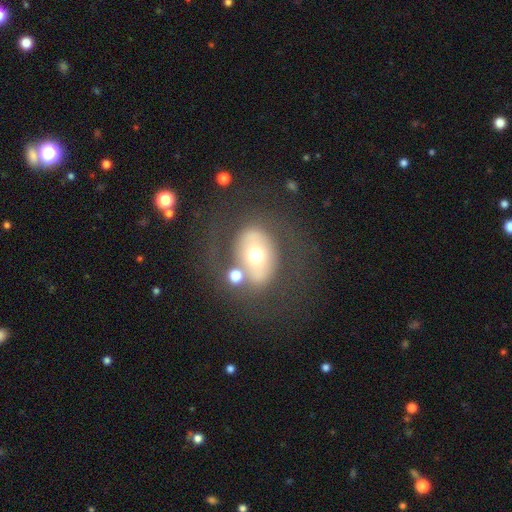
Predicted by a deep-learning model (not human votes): Overall: featured or disk (47%; smooth 42%). Merging: none (62%).